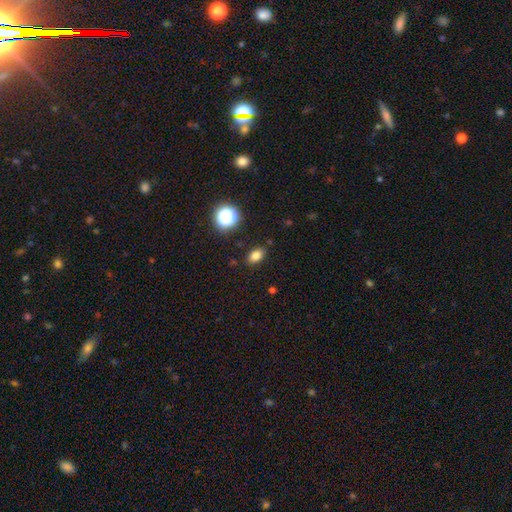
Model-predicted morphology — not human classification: Smooth or featured?
  - smooth: 80% *
  - star or artifact: 14%
  - featured or disk: 6%
How rounded?
  - in between: 82% *
  - round: 15%
  - cigar-shaped: 2%
Merging?
  - none: 87% *
  - minor disturbance: 9%
  - major disturbance: 2%
  - merger: 2%